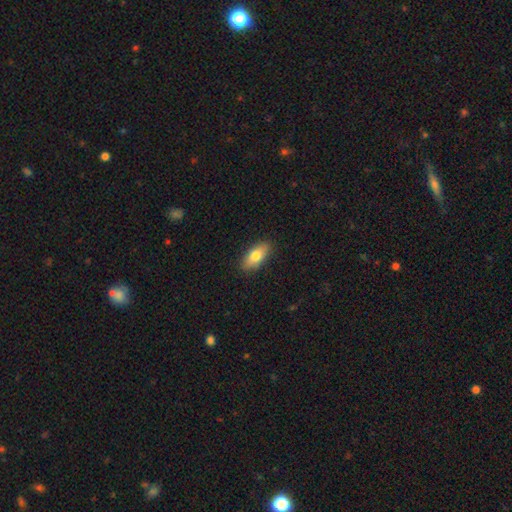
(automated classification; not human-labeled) smooth 77%, featured or disk 16%, star or artifact 6%. Down the decision tree: how rounded — in between (85%); merging — none (88%).